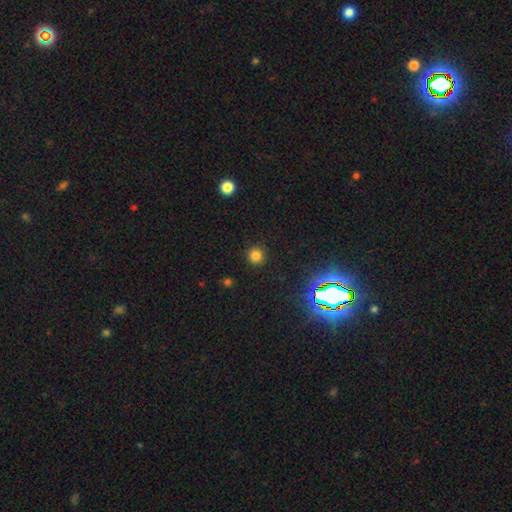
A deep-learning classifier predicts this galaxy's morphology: smooth-or-featured: smooth: 79% | star or artifact: 17% | featured or disk: 4%
  how-rounded: round: 94% | in between: 5% | cigar-shaped: 1%
  merging: none: 91% | minor disturbance: 6% | major disturbance: 2% | merger: 1%